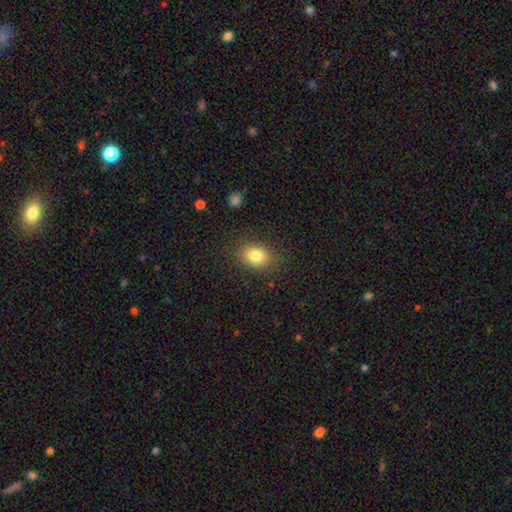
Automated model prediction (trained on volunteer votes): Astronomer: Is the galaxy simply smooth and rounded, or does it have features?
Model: smooth — 82%.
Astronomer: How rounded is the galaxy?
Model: in between — 67%.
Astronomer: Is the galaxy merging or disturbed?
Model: none — 85%.